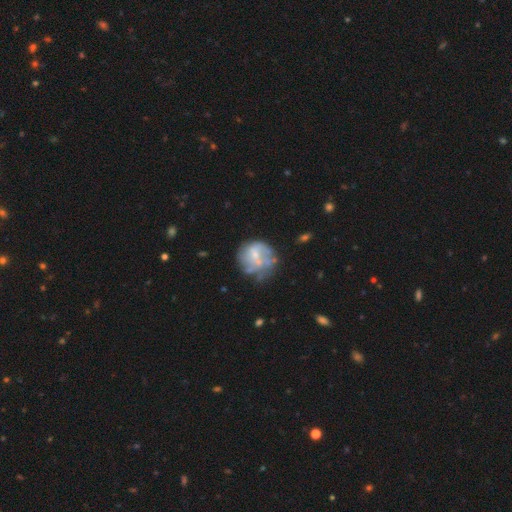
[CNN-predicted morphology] A featured or disk galaxy (52%) with no bar (64%), no spiral arms (65%) and a small central bulge (50%).

Vote fractions:
- Smooth or featured? featured or disk: 52% / smooth: 38% / star or artifact: 9%
- Edge-on disk? no: 98% / yes: 2%
- Bar? no: 64% / weak: 30% / strong: 6%
- Spiral arms? no: 65% / yes: 35%
- Bulge size? small: 50% / moderate: 25% / none: 21% / large: 2% / dominant: 1%
- Merging? none: 46% / minor disturbance: 24% / major disturbance: 22% / merger: 9%